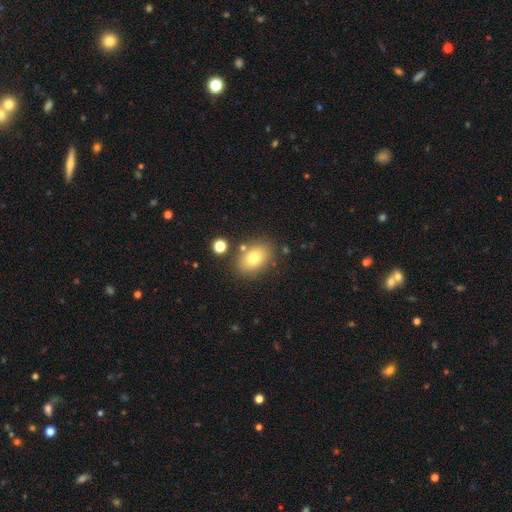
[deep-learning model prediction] smooth 76%, featured or disk 13%, star or artifact 10%. Down the decision tree: how rounded — in between (76%); merging — none (79%).